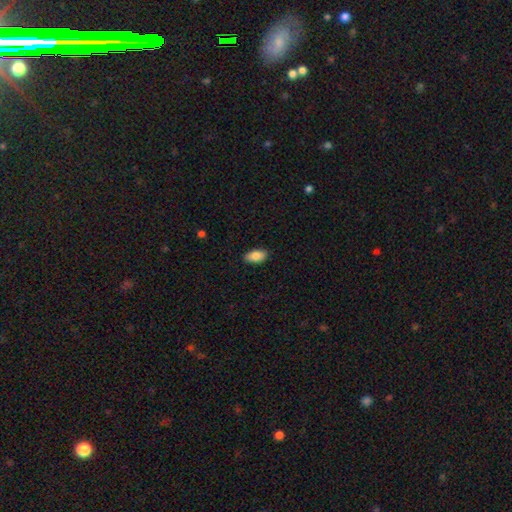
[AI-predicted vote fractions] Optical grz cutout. It shows a smooth galaxy with no disk features (85%) that is in between round and cigar-shaped (93%). Merging: none (87%).